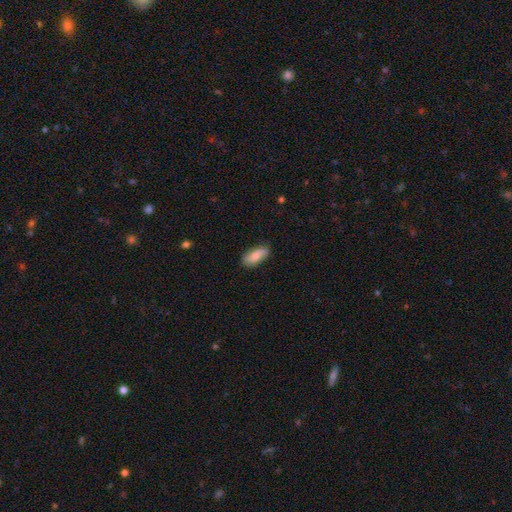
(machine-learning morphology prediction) A smooth galaxy with no disk features (80%) that is in between round and cigar-shaped (83%).

Vote fractions:
- Smooth or featured? smooth: 80% / featured or disk: 14% / star or artifact: 6%
- How rounded? in between: 83% / cigar-shaped: 15% / round: 2%
- Merging? none: 78% / minor disturbance: 17% / major disturbance: 3% / merger: 1%